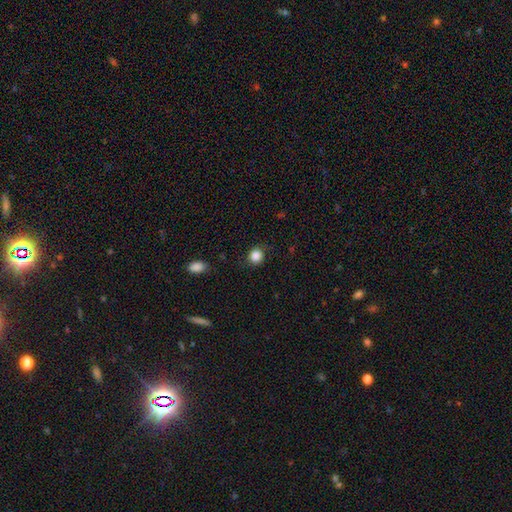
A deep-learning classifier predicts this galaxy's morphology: Smooth or featured? smooth (86%)
How rounded? round (85%)
Merging? none (82%)